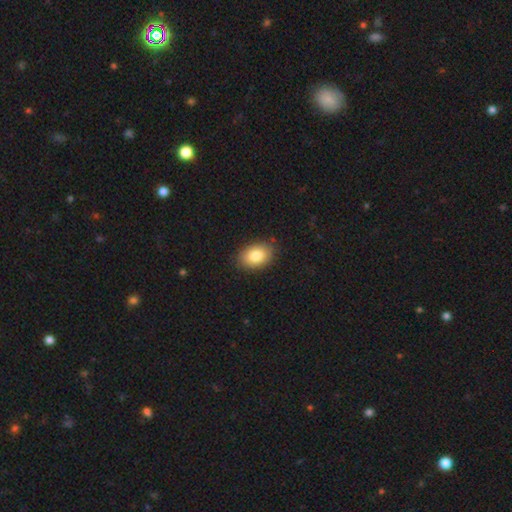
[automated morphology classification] A smooth galaxy with no disk features (84%) that is in between round and cigar-shaped (85%).

Vote fractions:
- Smooth or featured? smooth: 84% / featured or disk: 8% / star or artifact: 7%
- How rounded? in between: 85% / round: 13% / cigar-shaped: 1%
- Merging? none: 85% / minor disturbance: 11% / major disturbance: 2% / merger: 1%